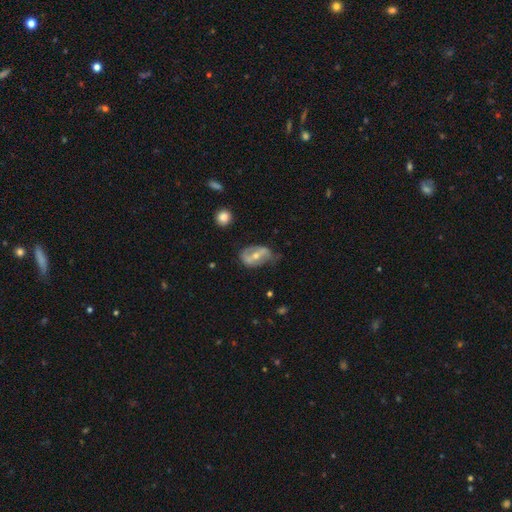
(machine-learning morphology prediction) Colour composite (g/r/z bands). It shows a featured or disk galaxy (66%) with a strong bar (46%), spiral arms (63%) and a moderate central bulge (58%). Merging: none (48%).